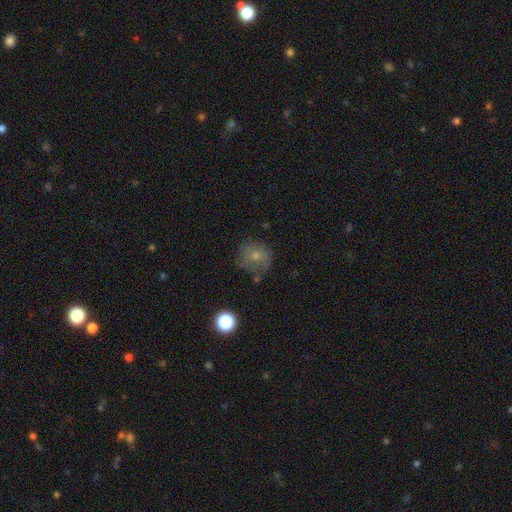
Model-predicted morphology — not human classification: Q: Smooth or featured?
A: smooth (52%); runner-up: featured or disk (30%)
Q: How rounded?
A: round (83%); runner-up: in between (16%)
Q: Merging?
A: none (64%); runner-up: minor disturbance (23%)